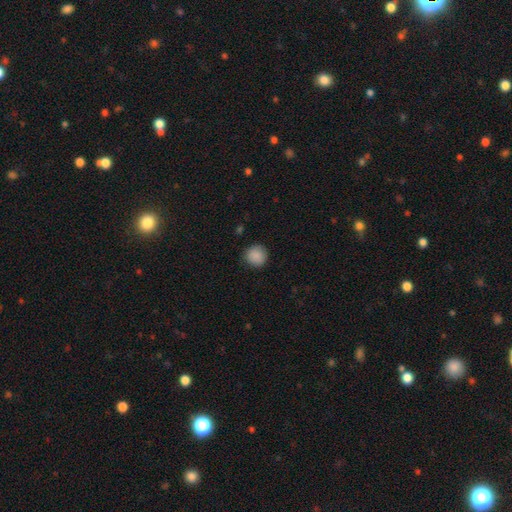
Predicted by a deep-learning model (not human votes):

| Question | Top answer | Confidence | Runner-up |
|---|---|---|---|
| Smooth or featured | smooth | 89% | star or artifact (8%) |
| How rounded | round | 91% | in between (8%) |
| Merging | none | 86% | minor disturbance (10%) |